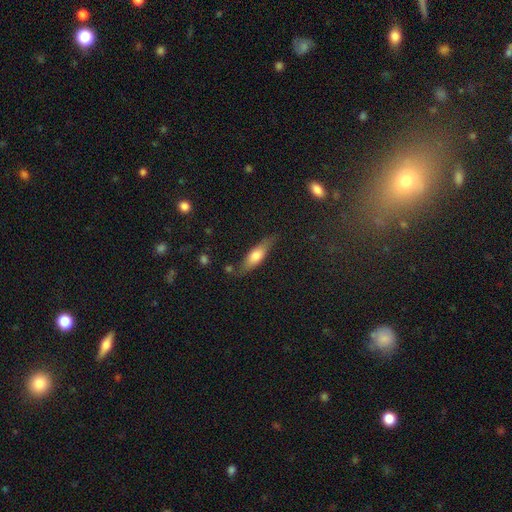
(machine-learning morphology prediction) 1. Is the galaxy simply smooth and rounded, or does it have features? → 62% smooth, 32% featured or disk, 7% star or artifact.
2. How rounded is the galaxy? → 51% cigar-shaped, 46% in between, 3% round.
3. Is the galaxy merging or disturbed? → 72% none, 20% minor disturbance, 5% major disturbance, 3% merger.